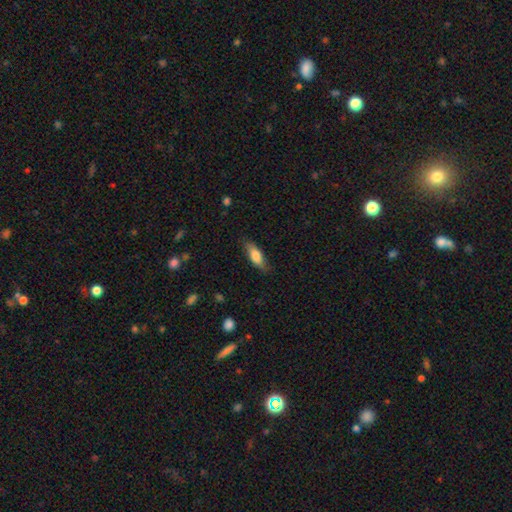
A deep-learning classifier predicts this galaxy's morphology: Smooth or featured?
  - smooth: 73% *
  - featured or disk: 21%
  - star or artifact: 6%
How rounded?
  - in between: 63% *
  - cigar-shaped: 34%
  - round: 3%
Merging?
  - none: 78% *
  - minor disturbance: 17%
  - major disturbance: 4%
  - merger: 1%